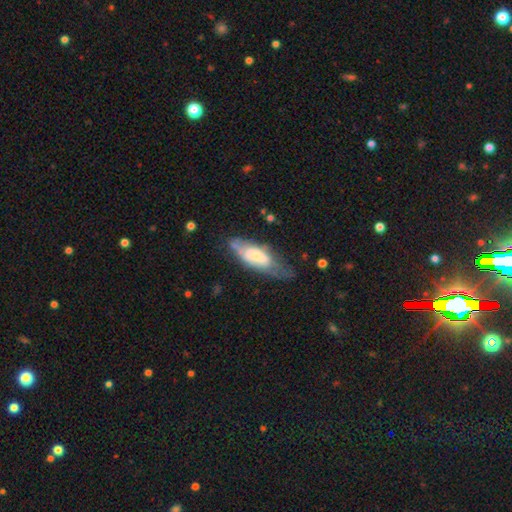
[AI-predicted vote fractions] smooth-or-featured: smooth: 48% | featured or disk: 45% | star or artifact: 7%
  merging: none: 40% | minor disturbance: 32% | major disturbance: 24% | merger: 4%